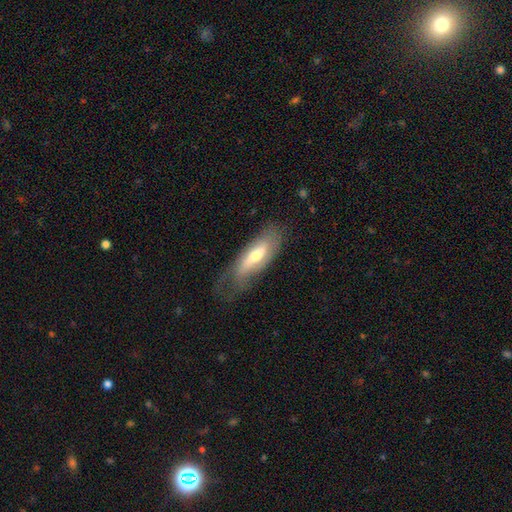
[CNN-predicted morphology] Smooth or featured? Predicted: featured or disk (p=0.48). Merging? Predicted: none (p=0.53).